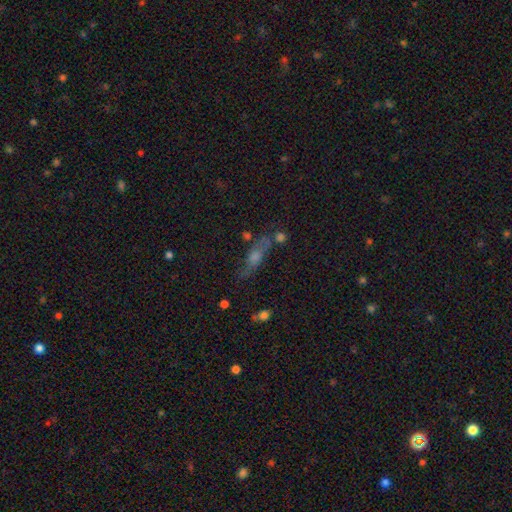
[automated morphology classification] smooth_or_featured: featured or disk (p=0.42) [alt: smooth p=0.41]
merging: none (p=0.62) [alt: minor disturbance p=0.19]